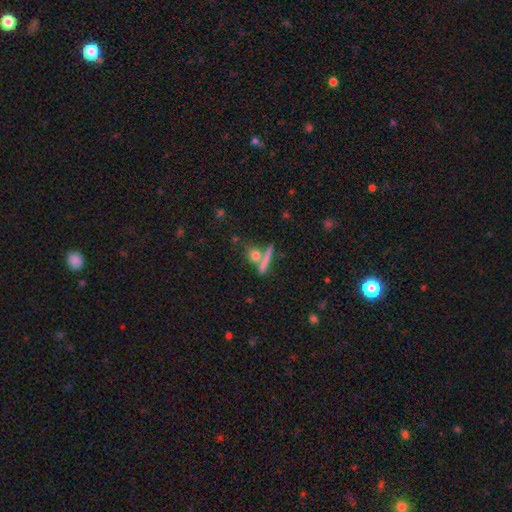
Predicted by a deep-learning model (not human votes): smooth_or_featured: smooth (p=0.72) [alt: featured or disk p=0.17]
how_rounded: round (p=0.43) [alt: cigar-shaped p=0.35]
merging: none (p=0.60) [alt: merger p=0.26]